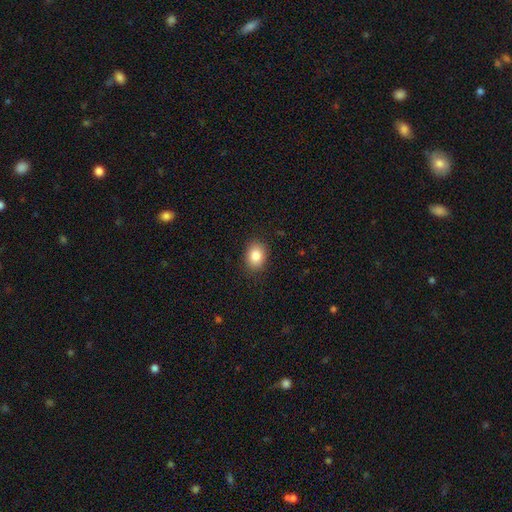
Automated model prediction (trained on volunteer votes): Morphology: type=smooth (85%); roundness=in between (61%); merging=none (88%).